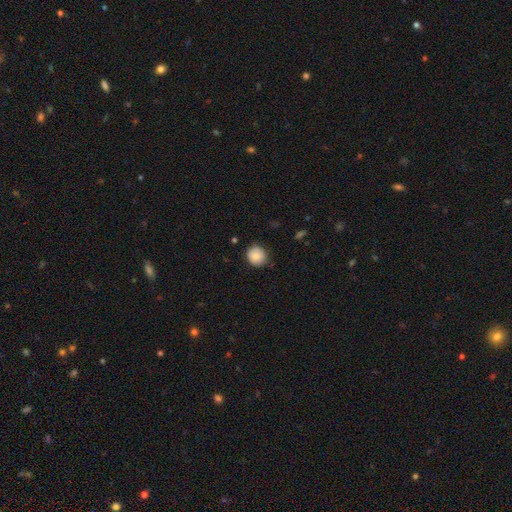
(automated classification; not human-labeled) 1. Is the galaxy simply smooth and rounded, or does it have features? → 84% smooth, 8% star or artifact, 8% featured or disk.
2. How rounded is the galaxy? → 86% round, 13% in between, 1% cigar-shaped.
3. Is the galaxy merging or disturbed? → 76% none, 20% minor disturbance, 3% major disturbance, 1% merger.